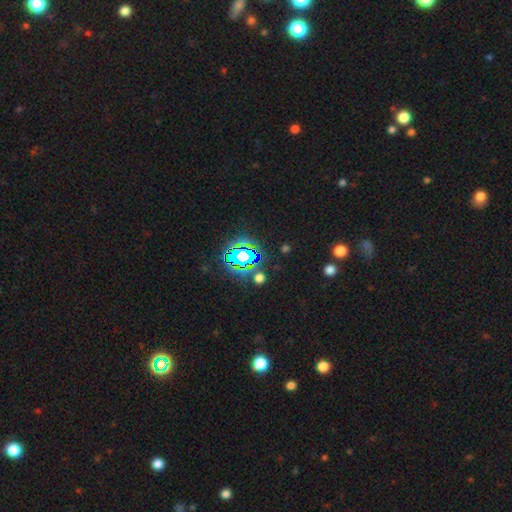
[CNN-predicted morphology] This is clearly a star or artifact rather than a galaxy (81%).